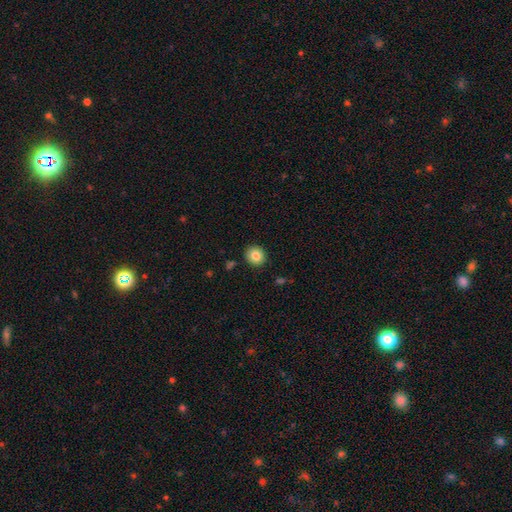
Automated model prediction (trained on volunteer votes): smooth 83%, star or artifact 9%, featured or disk 7%. Down the decision tree: how rounded — round (86%); merging — none (91%).